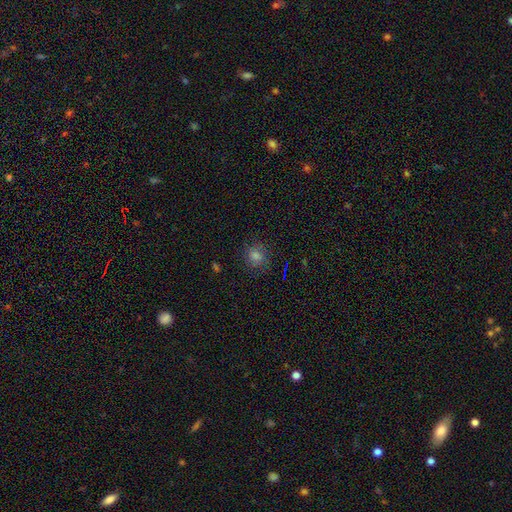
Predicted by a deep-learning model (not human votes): The model was most divided on "smooth or featured": smooth: 67%, star or artifact: 22%, featured or disk: 11%. More confident: how rounded — round (83%); merging — none (82%).